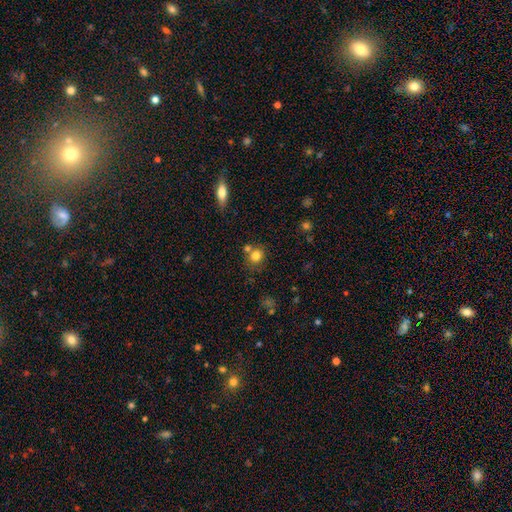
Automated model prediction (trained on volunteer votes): smooth-or-featured: smooth: 79% | star or artifact: 11% | featured or disk: 9%
  how-rounded: round: 80% | in between: 19% | cigar-shaped: 1%
  merging: none: 60% | merger: 24% | minor disturbance: 12% | major disturbance: 4%